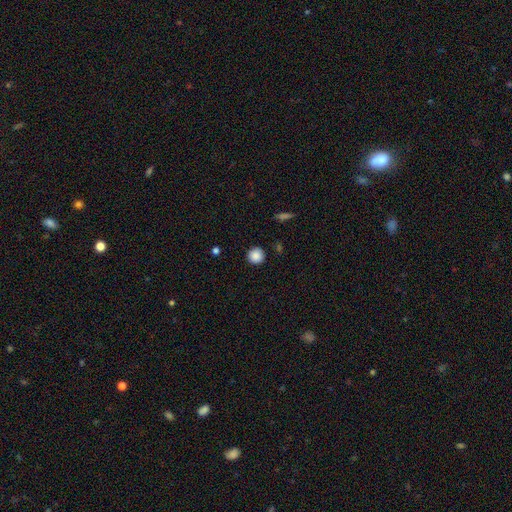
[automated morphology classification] Smooth or featured? Predicted: smooth (p=0.88). How rounded? Predicted: round (p=0.94). Merging? Predicted: none (p=0.90).